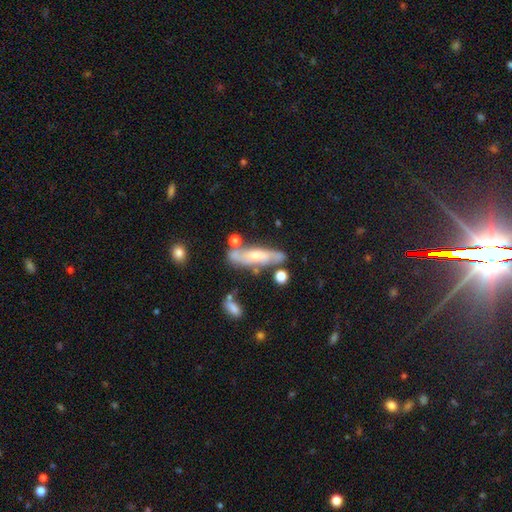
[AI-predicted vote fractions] A featured or disk galaxy (57%). Merging: none (59%).